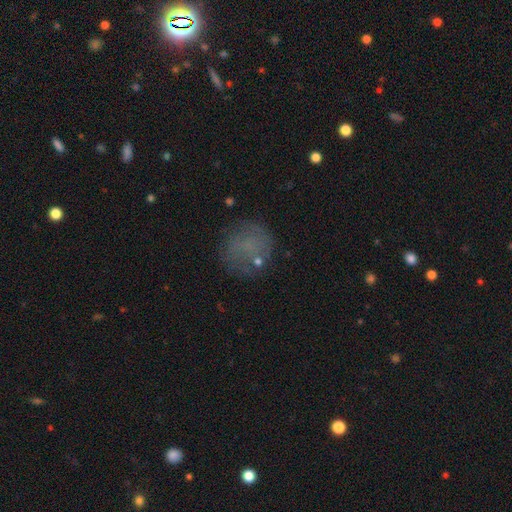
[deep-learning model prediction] Smooth or featured: smooth — 58% (featured or disk — 25%)
How rounded: round — 86% (in between — 13%)
Merging: none — 69% (minor disturbance — 17%)